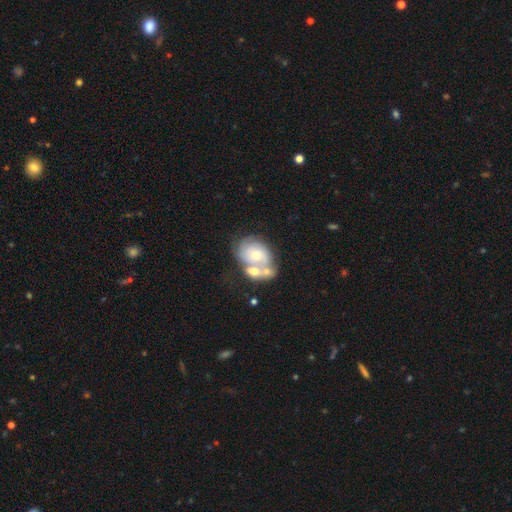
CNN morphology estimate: Overall: featured or disk (59%; smooth 34%). Edge-on disk: no (97%). Bar: no (83%). Spiral arms: yes (50%, tied with no). Bulge size: moderate (53%; small 39%). Merging: merger (56%; none 22%).